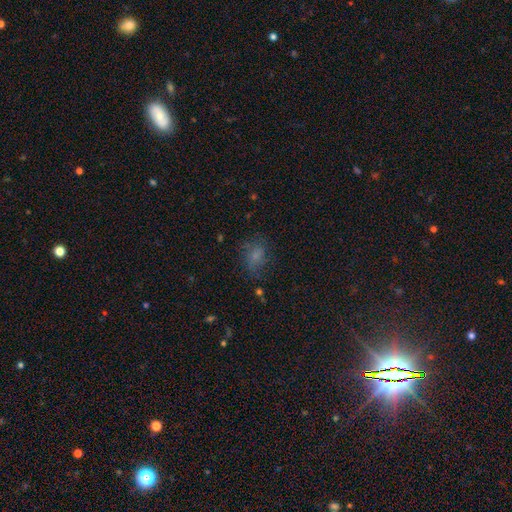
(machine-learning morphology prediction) smooth_or_featured: smooth (p=0.64) [alt: featured or disk p=0.18]
how_rounded: in between (p=0.67) [alt: round p=0.31]
merging: none (p=0.59) [alt: minor disturbance p=0.23]